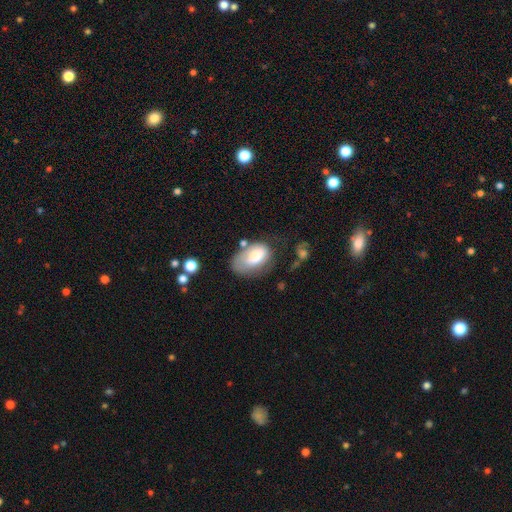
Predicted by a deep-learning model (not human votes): The model was most divided on "merging": none: 35%, minor disturbance: 31%, major disturbance: 24%, merger: 10%. More confident: how rounded — in between (87%); smooth or featured — smooth (68%).